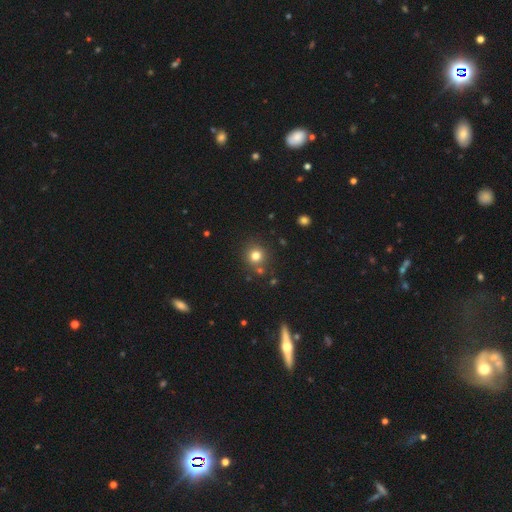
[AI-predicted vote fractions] smooth 77%, star or artifact 15%, featured or disk 7%. Down the decision tree: how rounded — round (92%); merging — none (80%).